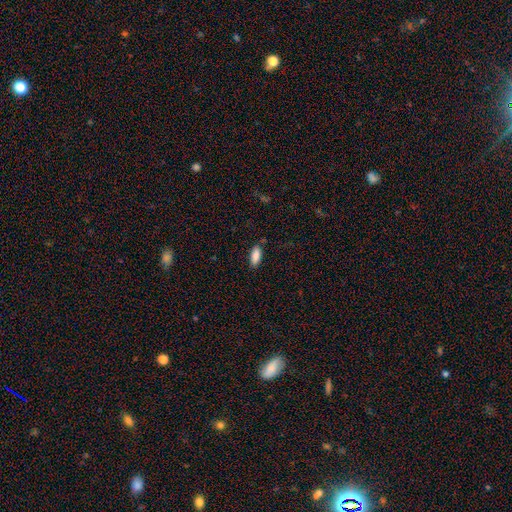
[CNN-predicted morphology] Smooth or featured?
  - smooth: 88% *
  - star or artifact: 7%
  - featured or disk: 5%
How rounded?
  - in between: 83% *
  - cigar-shaped: 15%
  - round: 2%
Merging?
  - none: 84% *
  - minor disturbance: 12%
  - major disturbance: 3%
  - merger: 2%